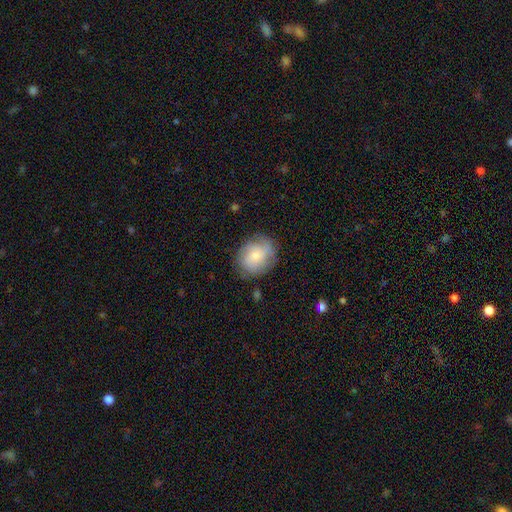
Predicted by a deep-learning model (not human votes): A smooth galaxy with no disk features (64%) that is round (61%).

Vote fractions:
- Smooth or featured? smooth: 64% / featured or disk: 29% / star or artifact: 8%
- How rounded? round: 61% / in between: 38% / cigar-shaped: 1%
- Merging? none: 71% / minor disturbance: 20% / major disturbance: 7% / merger: 2%